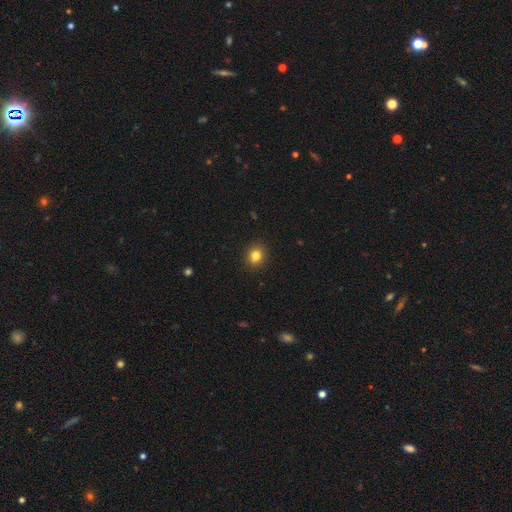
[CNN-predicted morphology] smooth-or-featured: smooth: 82% | star or artifact: 12% | featured or disk: 6%
  how-rounded: round: 83% | in between: 17% | cigar-shaped: 1%
  merging: none: 92% | minor disturbance: 5% | major disturbance: 2% | merger: 1%